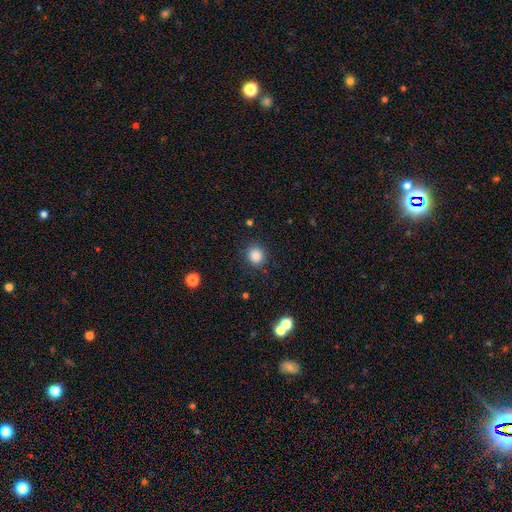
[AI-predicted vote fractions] A smooth galaxy with no disk features (85%) that is round (85%).

Vote fractions:
- Smooth or featured? smooth: 85% / star or artifact: 11% / featured or disk: 4%
- How rounded? round: 85% / in between: 14% / cigar-shaped: 1%
- Merging? none: 87% / minor disturbance: 8% / major disturbance: 3% / merger: 2%